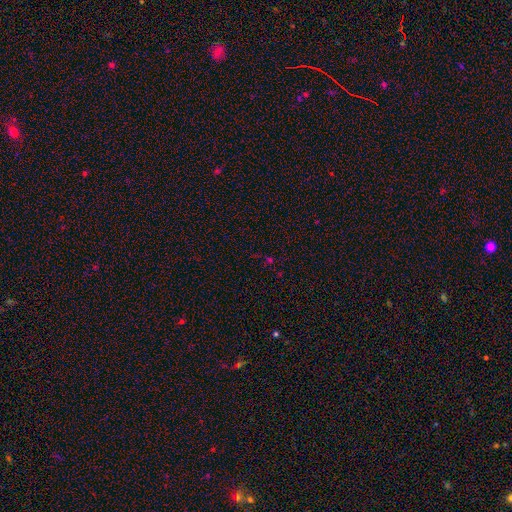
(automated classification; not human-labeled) smooth_or_featured: star or artifact (p=0.65) [alt: smooth p=0.26]